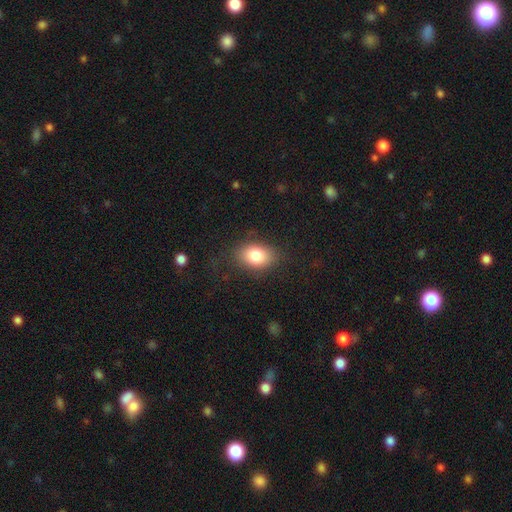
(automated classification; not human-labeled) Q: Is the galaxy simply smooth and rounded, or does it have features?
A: smooth — 81%.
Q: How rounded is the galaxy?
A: in between — 77%.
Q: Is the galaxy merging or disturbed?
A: none — 79%.